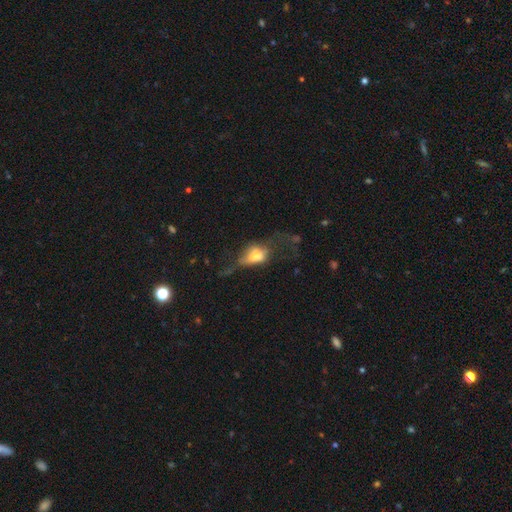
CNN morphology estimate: A smooth galaxy with no disk features (54%) that is in between round and cigar-shaped (76%). Merging: major disturbance (52%).